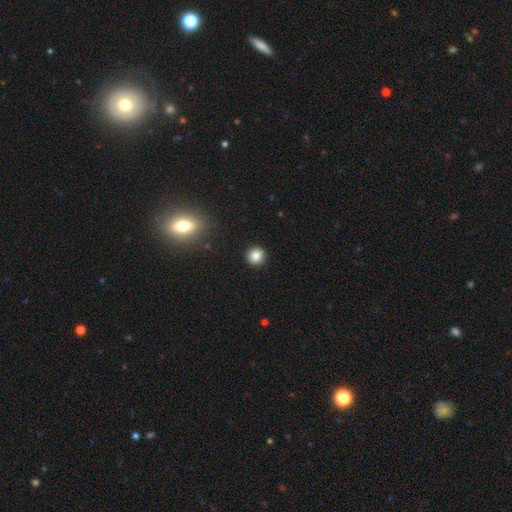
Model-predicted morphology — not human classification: Overall: smooth (84%). How rounded: round (94%). Merging: none (92%).